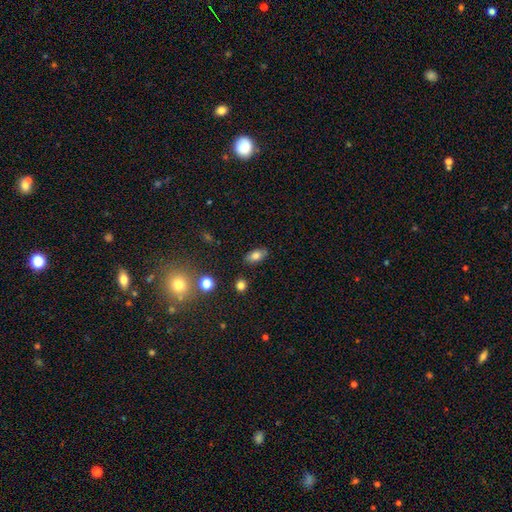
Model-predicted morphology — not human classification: A smooth galaxy with no disk features (79%) that is in between round and cigar-shaped (89%). Merging: none (82%).